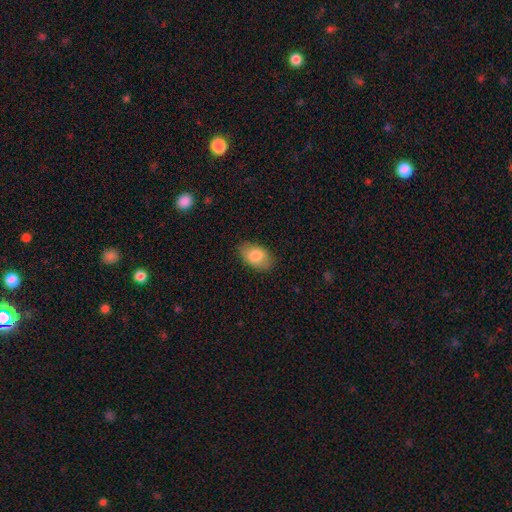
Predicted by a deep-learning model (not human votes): This appears to be a smooth galaxy with no disk features (81%) that is in between round and cigar-shaped (90%). Merging: none (80%).